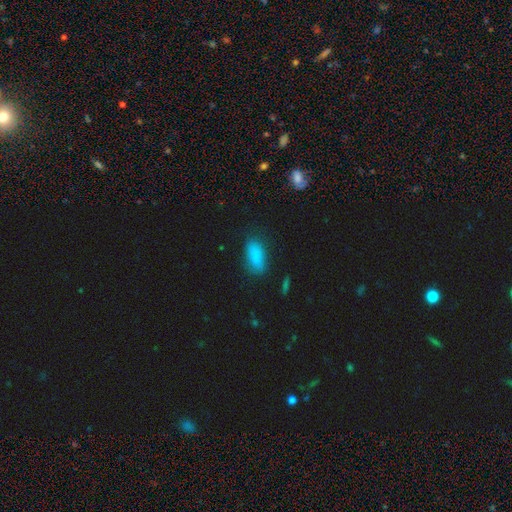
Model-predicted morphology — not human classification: Smooth or featured: smooth — 80% (featured or disk — 10%)
How rounded: in between — 79% (cigar-shaped — 18%)
Merging: none — 70% (minor disturbance — 21%)